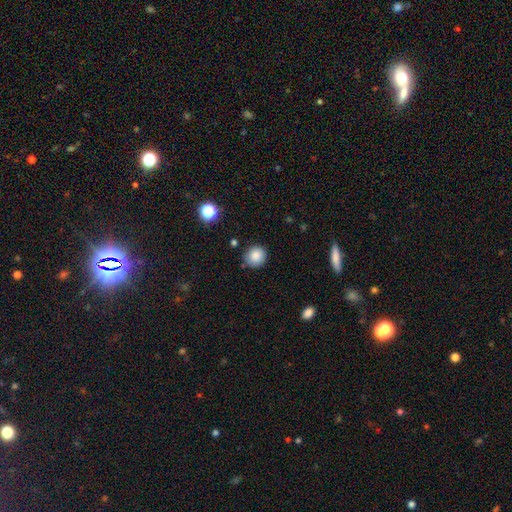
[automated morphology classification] Overall: smooth (85%). How rounded: round (89%). Merging: none (84%).